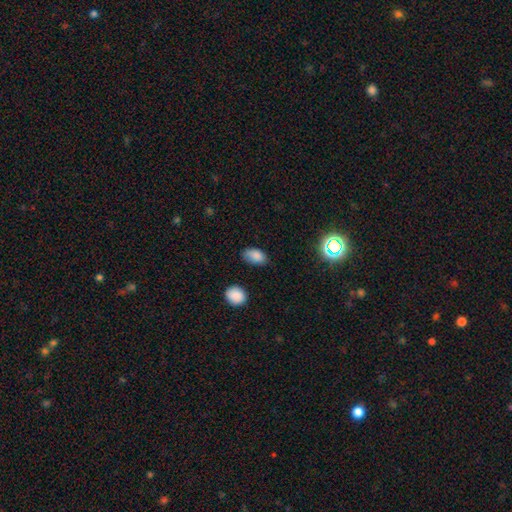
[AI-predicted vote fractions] smooth-or-featured: smooth: 83% | star or artifact: 11% | featured or disk: 6%
  how-rounded: in between: 91% | round: 8% | cigar-shaped: 2%
  merging: none: 71% | minor disturbance: 22% | major disturbance: 4% | merger: 2%